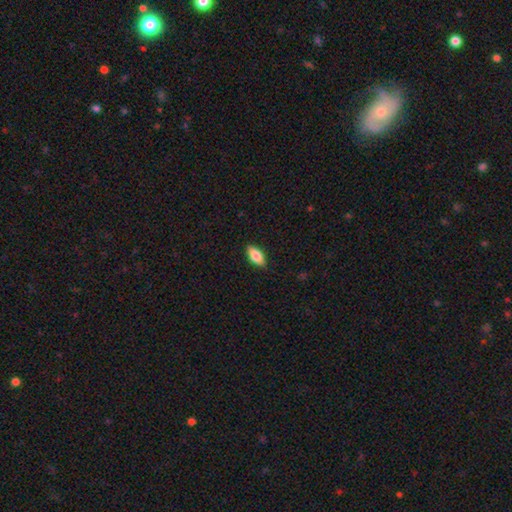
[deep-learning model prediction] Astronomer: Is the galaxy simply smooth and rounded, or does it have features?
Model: smooth — 81%.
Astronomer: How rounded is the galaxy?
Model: in between — 85%.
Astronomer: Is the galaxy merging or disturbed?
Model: none — 88%.